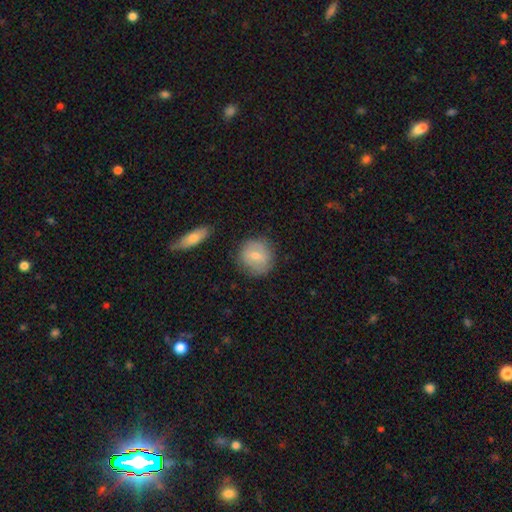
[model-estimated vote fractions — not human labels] smooth-or-featured: smooth: 63% | featured or disk: 30% | star or artifact: 7%
  how-rounded: round: 88% | in between: 11% | cigar-shaped: 1%
  merging: none: 79% | minor disturbance: 15% | major disturbance: 4% | merger: 2%